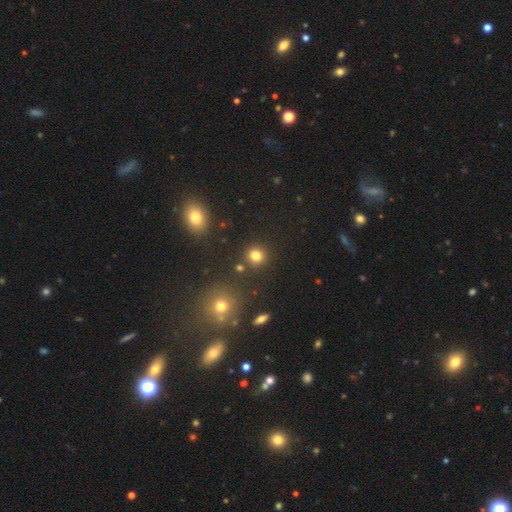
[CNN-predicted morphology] A smooth galaxy with no disk features (80%) that is round (90%).

Vote fractions:
- Smooth or featured? smooth: 80% / star or artifact: 15% / featured or disk: 5%
- How rounded? round: 90% / in between: 9% / cigar-shaped: 1%
- Merging? none: 86% / minor disturbance: 6% / merger: 5% / major disturbance: 3%